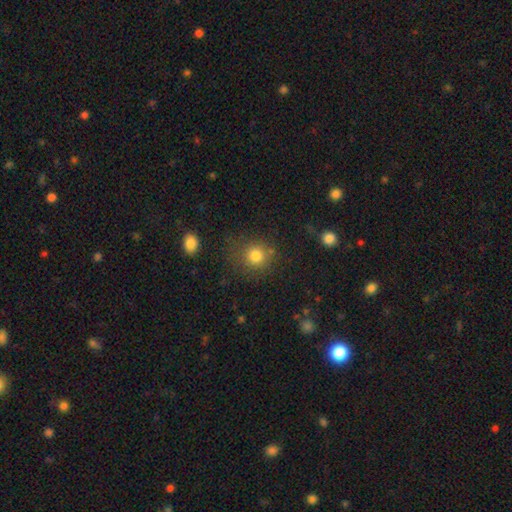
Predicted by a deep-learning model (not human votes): This appears to be a smooth galaxy with no disk features (80%) that is round (88%). Merging: none (75%).